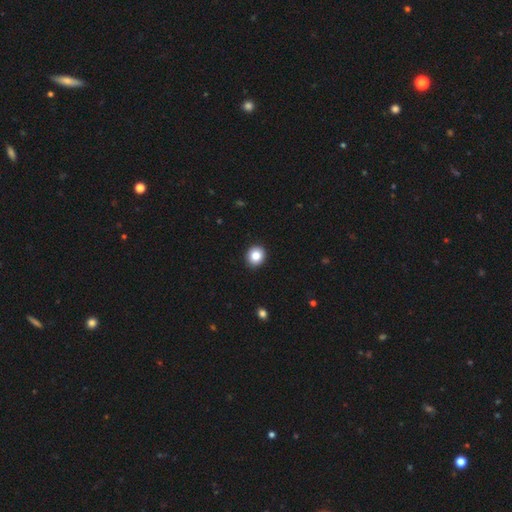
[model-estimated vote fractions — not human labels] smooth 85%, star or artifact 9%, featured or disk 6%. Down the decision tree: how rounded — round (80%); merging — none (92%).